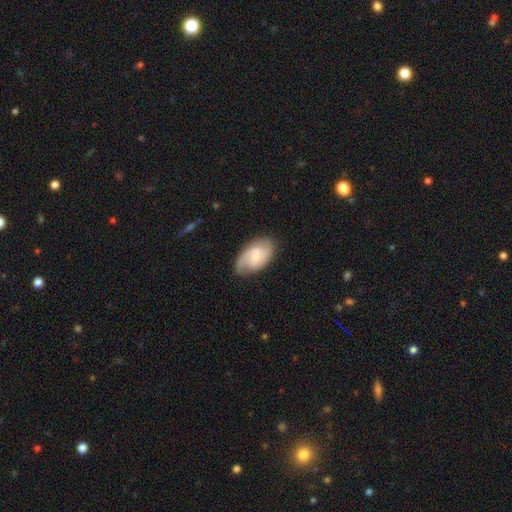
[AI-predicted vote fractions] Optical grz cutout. It shows a featured or disk galaxy (55%) with a weak bar (52%), spiral arms (89%) and a small central bulge (38%). Merging: none (70%).